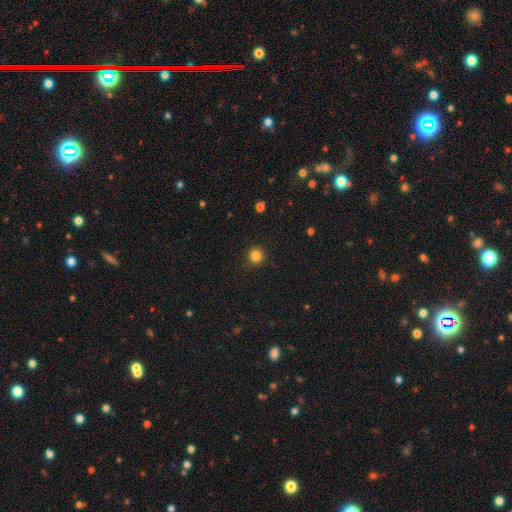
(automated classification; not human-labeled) smooth_or_featured: smooth (p=0.84) [alt: star or artifact p=0.12]
how_rounded: round (p=0.94) [alt: in between p=0.05]
merging: none (p=0.89) [alt: minor disturbance p=0.07]